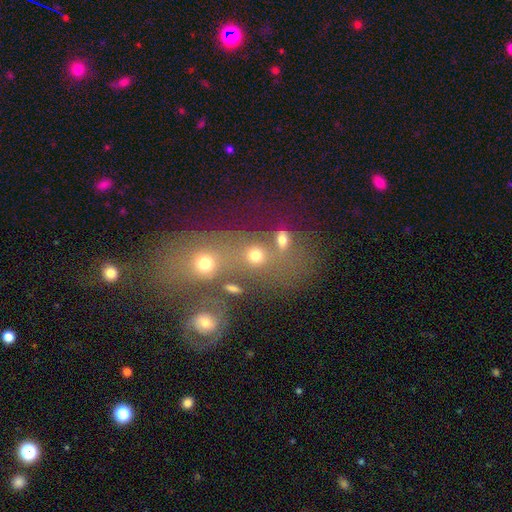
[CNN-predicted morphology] Overall: smooth (64%). How rounded: round (60%; in between 37%). Merging: merger (54%; none 31%).